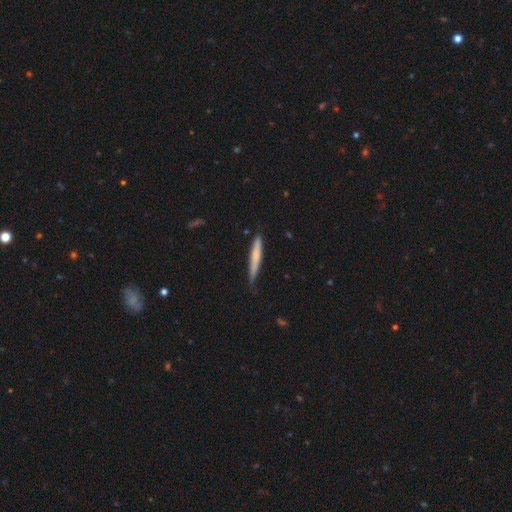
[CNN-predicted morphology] A smooth galaxy with no disk features (66%) that is cigar-shaped (96%). Merging: none (77%).